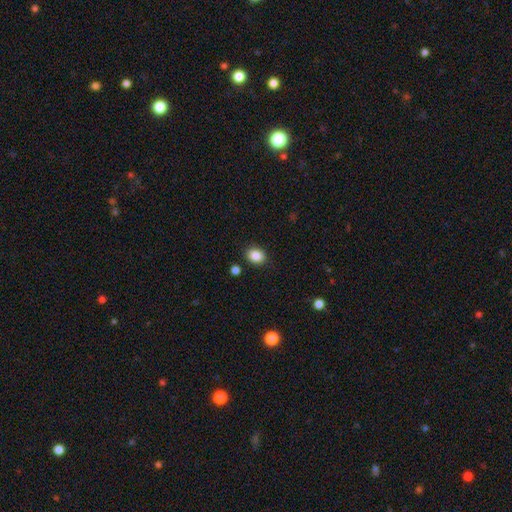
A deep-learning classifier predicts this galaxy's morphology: smooth 86%, star or artifact 9%, featured or disk 5%. Down the decision tree: how rounded — round (51%); merging — none (87%).